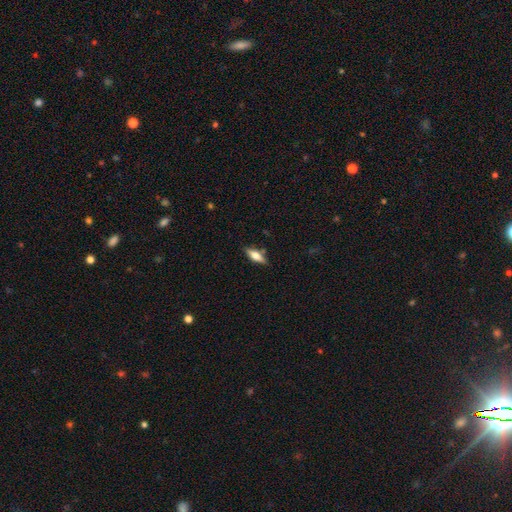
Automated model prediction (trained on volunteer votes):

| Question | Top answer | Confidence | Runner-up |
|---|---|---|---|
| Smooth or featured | smooth | 55% | featured or disk (38%) |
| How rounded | in between | 56% | cigar-shaped (41%) |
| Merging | none | 83% | minor disturbance (12%) |